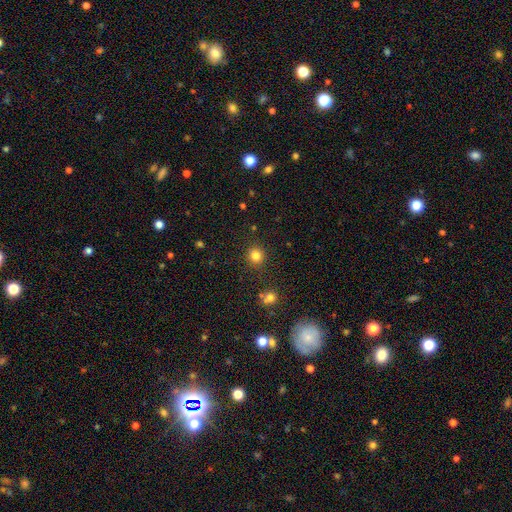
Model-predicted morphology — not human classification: type=smooth (81%); roundness=round (90%); merging=none (89%).